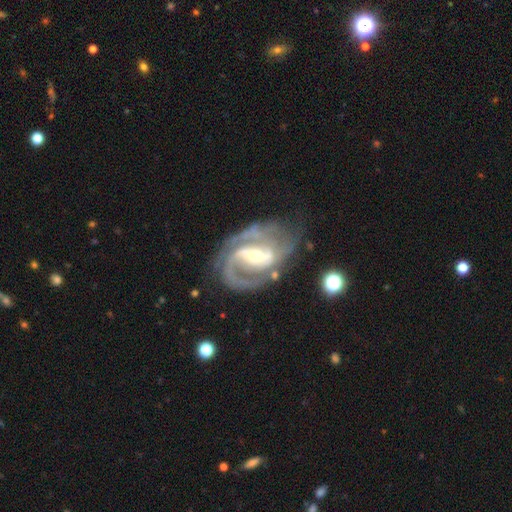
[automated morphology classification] smooth_or_featured: featured or disk (p=0.90) [alt: star or artifact p=0.05]
disk_edge_on: no (p=0.97) [alt: yes p=0.03]
bar: strong (p=0.50) [alt: weak p=0.37]
has_spiral_arms: yes (p=0.96) [alt: no p=0.04]
spiral_winding: medium (p=0.53) [alt: tight p=0.31]
spiral_arm_count: 2 (p=0.73) [alt: 3 p=0.10]
bulge_size: small (p=0.52) [alt: moderate p=0.42]
merging: none (p=0.58) [alt: minor disturbance p=0.21]